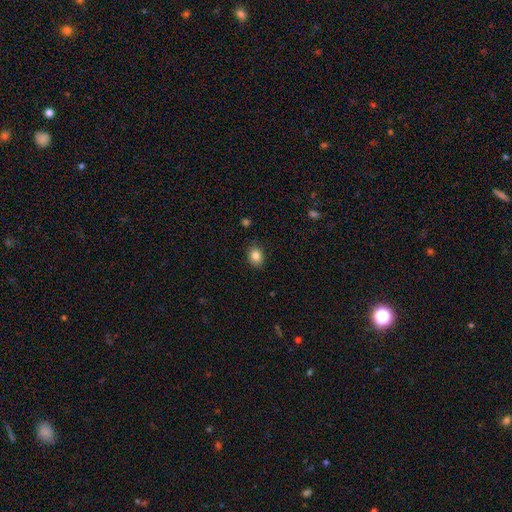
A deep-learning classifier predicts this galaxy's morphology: Q: Smooth or featured?
A: smooth (84%); runner-up: star or artifact (10%)
Q: How rounded?
A: round (52%); runner-up: in between (47%)
Q: Merging?
A: none (87%); runner-up: minor disturbance (10%)